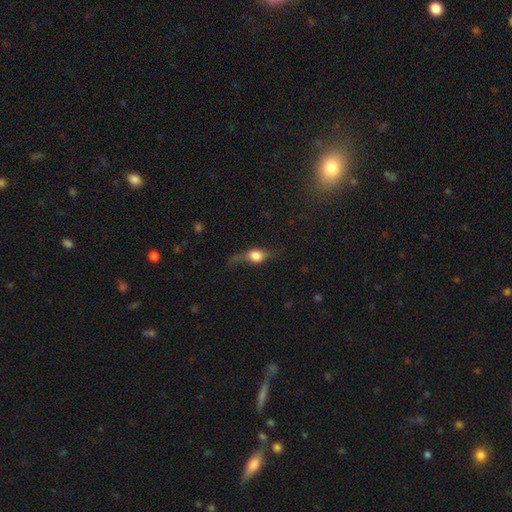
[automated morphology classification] smooth 50%, featured or disk 38%, star or artifact 11%. Down the decision tree: how rounded — round (48%); merging — none (48%).